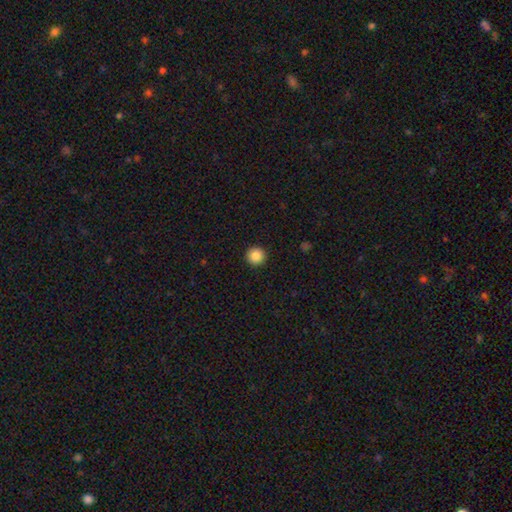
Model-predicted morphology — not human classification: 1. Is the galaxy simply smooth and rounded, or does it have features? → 87% smooth, 10% star or artifact, 4% featured or disk.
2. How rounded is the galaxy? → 96% round, 3% in between, 1% cigar-shaped.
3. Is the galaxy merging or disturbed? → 94% none, 4% minor disturbance, 1% major disturbance, 1% merger.